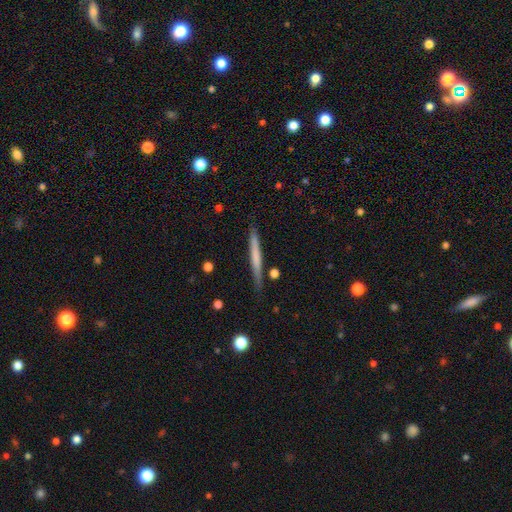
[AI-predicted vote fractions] Overall: smooth (58%; featured or disk 36%). How rounded: cigar-shaped (97%). Merging: none (85%).